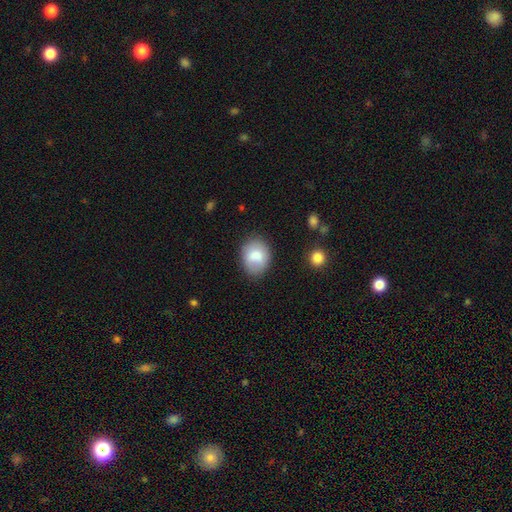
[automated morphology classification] Smooth or featured? Predicted: smooth (p=0.78). How rounded? Predicted: in between (p=0.56). Merging? Predicted: none (p=0.73).